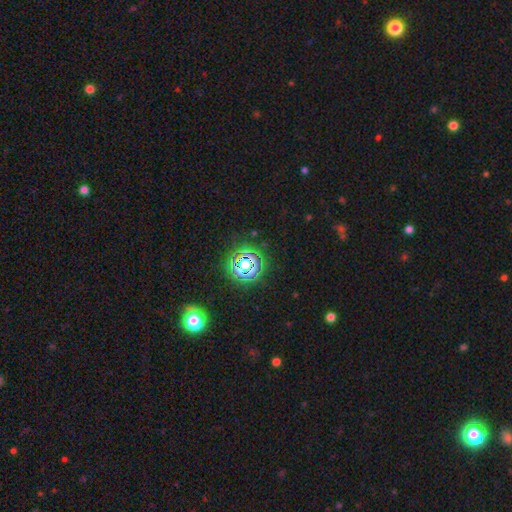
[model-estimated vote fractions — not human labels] Morphology: type=star or artifact (70%).